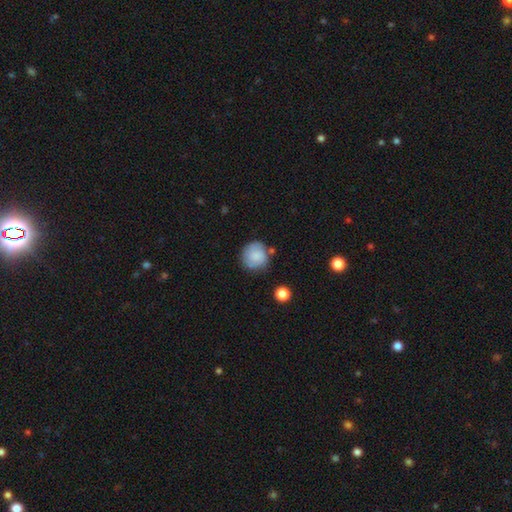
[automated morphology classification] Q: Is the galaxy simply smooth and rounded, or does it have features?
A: smooth — 74%.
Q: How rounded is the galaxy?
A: round — 89%.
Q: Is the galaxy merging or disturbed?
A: none — 70%.